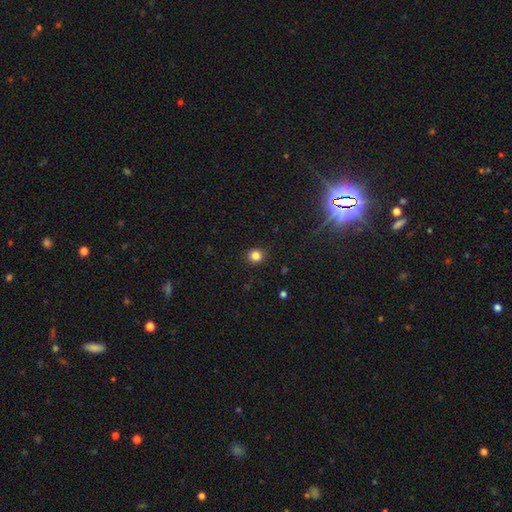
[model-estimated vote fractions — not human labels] This is clearly a smooth galaxy (83%). How rounded: clearly round (87%). Merging: clearly none (91%).